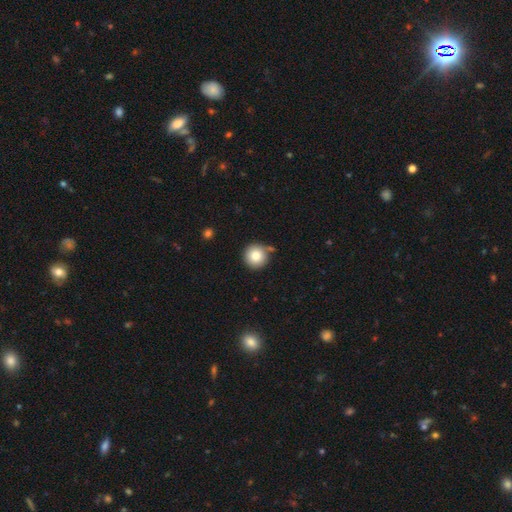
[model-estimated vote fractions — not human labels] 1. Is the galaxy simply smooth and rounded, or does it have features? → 81% smooth, 9% star or artifact, 9% featured or disk.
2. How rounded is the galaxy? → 95% round, 4% in between, 1% cigar-shaped.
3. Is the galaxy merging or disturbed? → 77% none, 12% minor disturbance, 8% merger, 3% major disturbance.